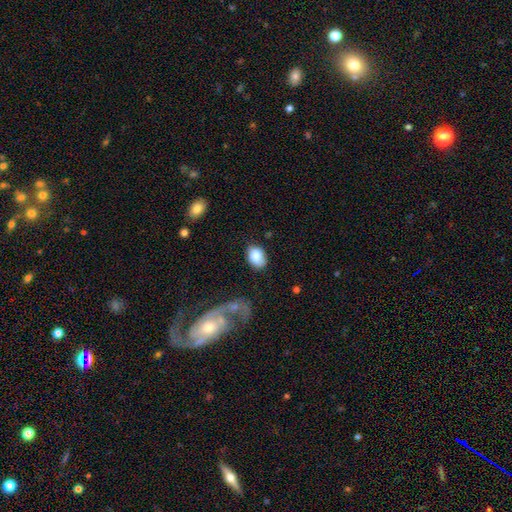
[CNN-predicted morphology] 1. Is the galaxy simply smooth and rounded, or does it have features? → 79% smooth, 14% featured or disk, 8% star or artifact.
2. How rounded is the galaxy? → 78% in between, 20% round, 1% cigar-shaped.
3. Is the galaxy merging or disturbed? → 68% none, 21% minor disturbance, 6% major disturbance, 5% merger.